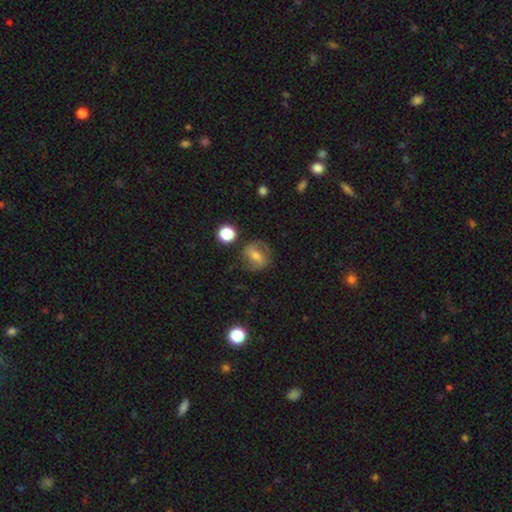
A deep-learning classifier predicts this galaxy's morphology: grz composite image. It shows a featured or disk galaxy (54%) with a strong bar (40%), spiral arms (72%) and a moderate central bulge (55%). Merging: none (74%).